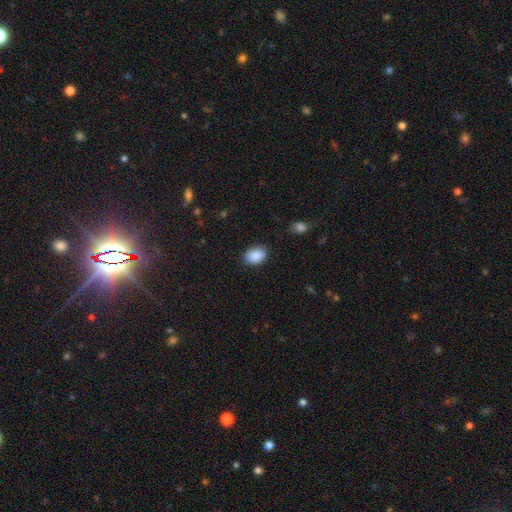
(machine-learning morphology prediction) Smooth or featured? Predicted: smooth (p=0.88). How rounded? Predicted: in between (p=0.74). Merging? Predicted: none (p=0.85).